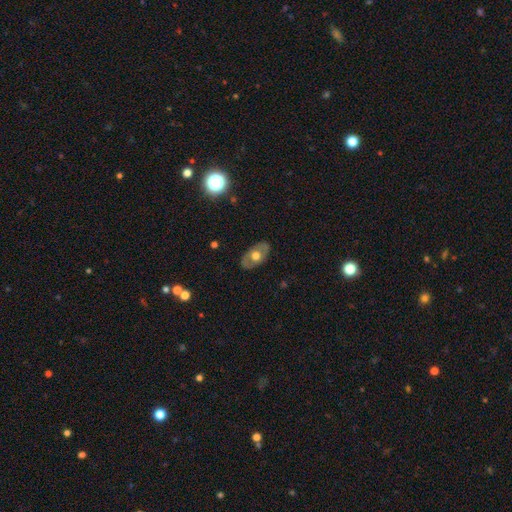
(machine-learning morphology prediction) This appears to be a featured or disk galaxy (50%). Merging: none (83%).